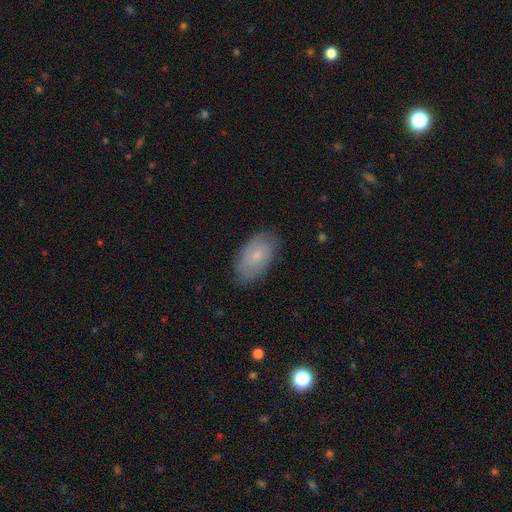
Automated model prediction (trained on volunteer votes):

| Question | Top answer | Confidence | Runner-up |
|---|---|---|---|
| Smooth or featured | smooth | 62% | featured or disk (30%) |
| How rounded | in between | 93% | round (5%) |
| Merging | none | 78% | minor disturbance (17%) |